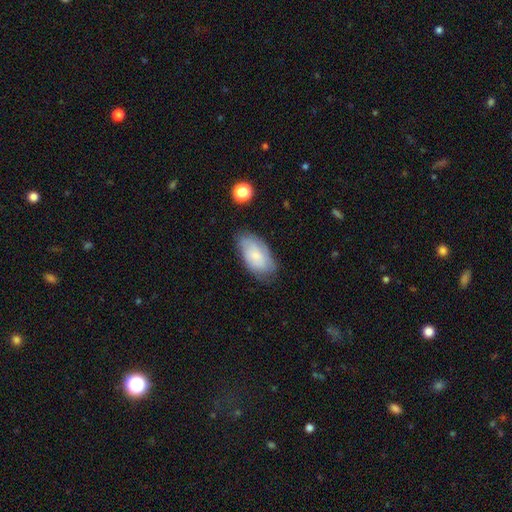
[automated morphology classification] Smooth or featured? smooth (66%)
How rounded? in between (94%)
Merging? none (67%)